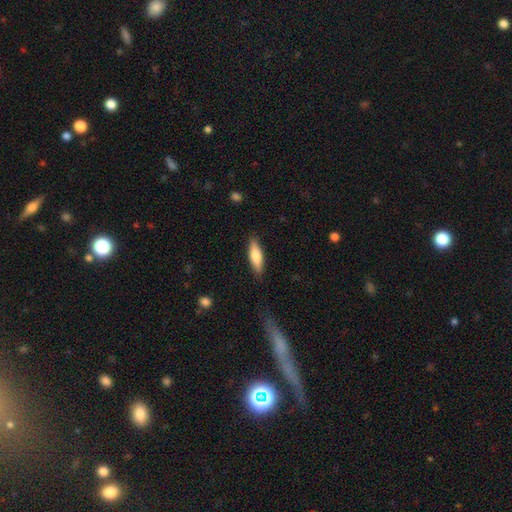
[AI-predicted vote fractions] smooth 70%, featured or disk 24%, star or artifact 6%. Down the decision tree: how rounded — cigar-shaped (53%); merging — none (86%).